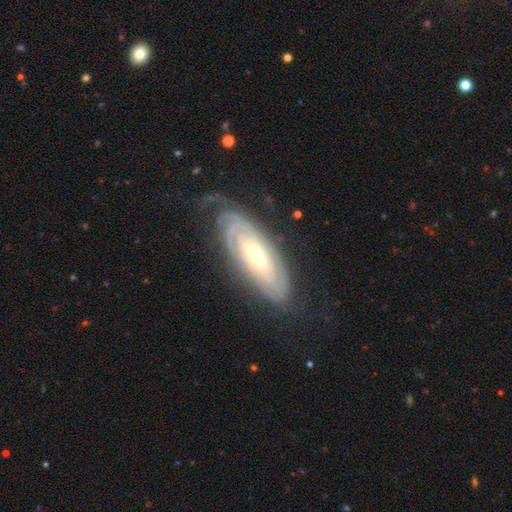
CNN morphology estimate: A featured or disk galaxy (85%) with no bar (54%), tight (81%) spiral arms (95%) and a moderate central bulge (53%). Merging: none (71%).